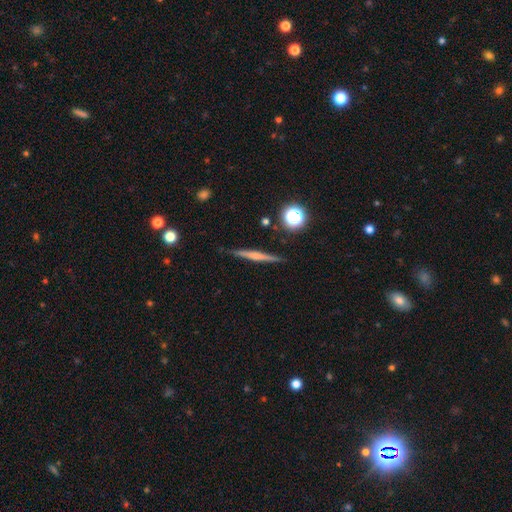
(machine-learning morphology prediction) A featured or disk galaxy (60%) viewed edge-on (98%) with a rounded central bulge (52%). Merging: none (90%).